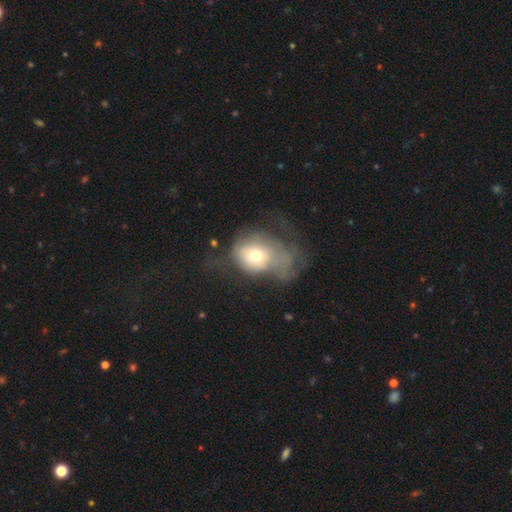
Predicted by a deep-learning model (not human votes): Smooth or featured: smooth — 56% (featured or disk — 34%)
How rounded: round — 53% (in between — 46%)
Merging: major disturbance — 57% (minor disturbance — 19%)